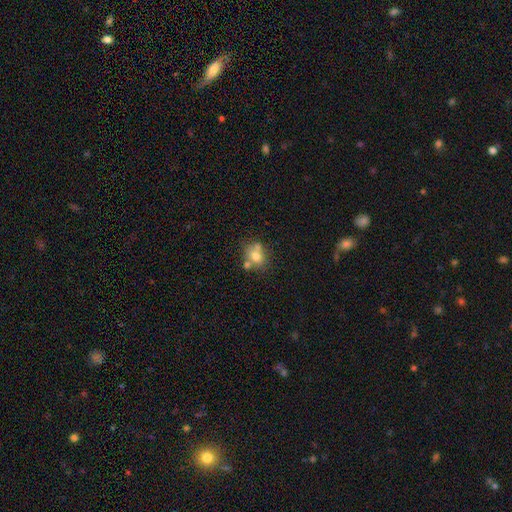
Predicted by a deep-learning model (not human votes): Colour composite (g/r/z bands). It shows a smooth galaxy with no disk features (70%) that is round (61%). Merging: none (52%).